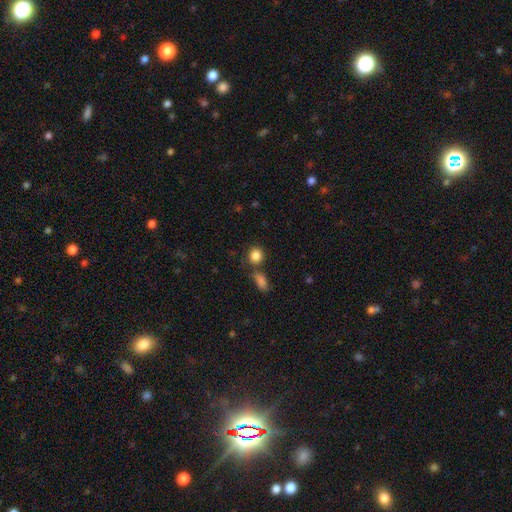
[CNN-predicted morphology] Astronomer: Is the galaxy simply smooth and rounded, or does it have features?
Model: smooth — 86%.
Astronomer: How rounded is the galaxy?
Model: round — 75%.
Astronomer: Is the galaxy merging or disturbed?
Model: none — 66%.